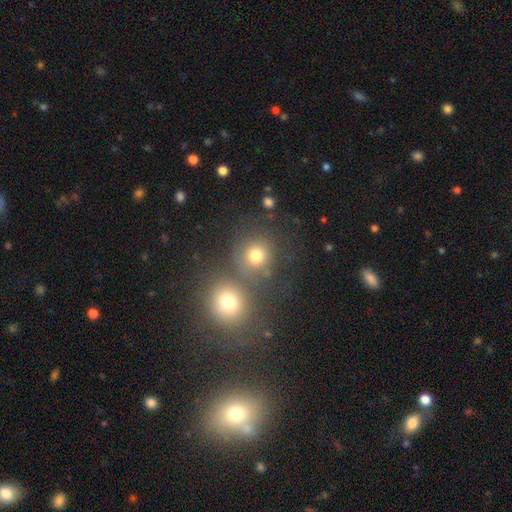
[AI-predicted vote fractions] A smooth galaxy with no disk features (75%) that is round (86%). Merging: none (55%).